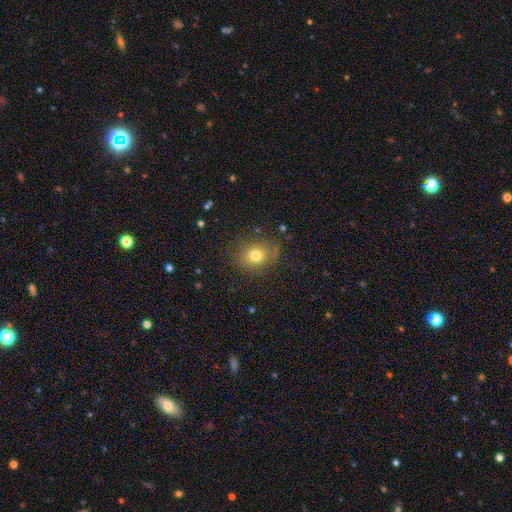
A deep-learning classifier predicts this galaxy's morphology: A smooth galaxy with no disk features (75%) that is round (67%). Merging: none (80%).